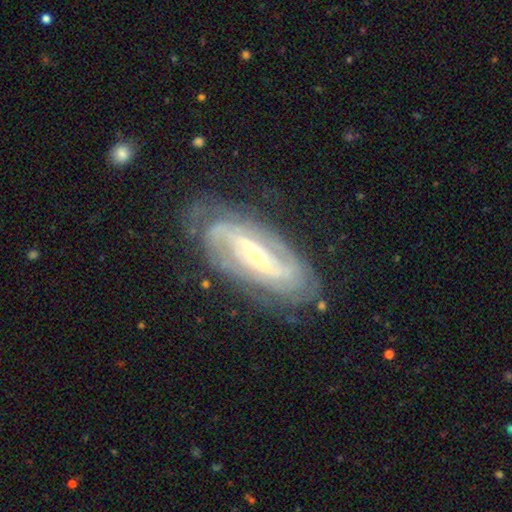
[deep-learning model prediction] Morphology: type=featured or disk (87%); edge-on=no (91%); bar=strong (41%); spiral arms=yes (94%); winding=tight (56%); arm count=2 (46%); bulge=small (63%); merging=none (75%).